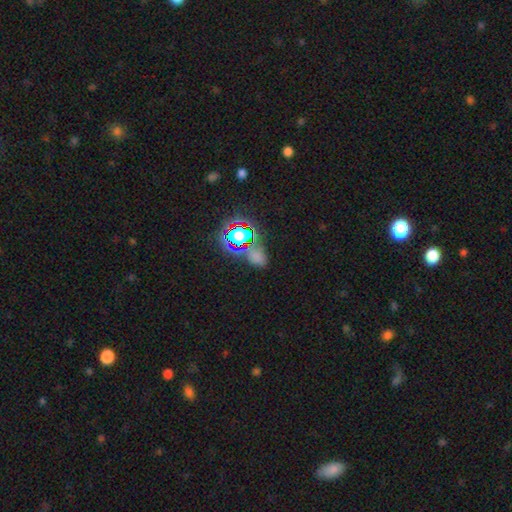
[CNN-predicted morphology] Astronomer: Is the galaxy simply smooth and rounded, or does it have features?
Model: star or artifact — 46% (runner-up: smooth, 45%).